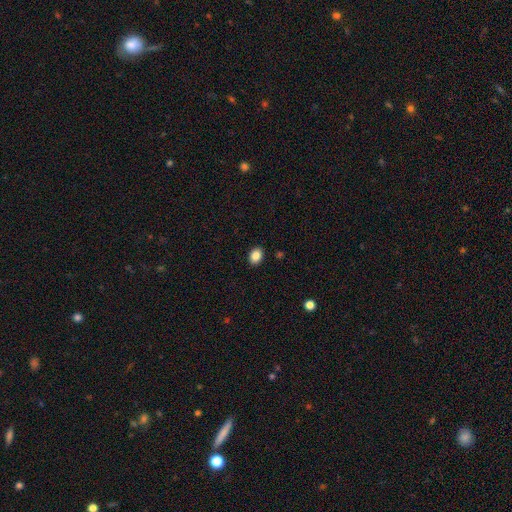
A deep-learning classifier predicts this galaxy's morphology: This is clearly a smooth galaxy (87%). How rounded: likely in between (65%). Merging: clearly none (90%).